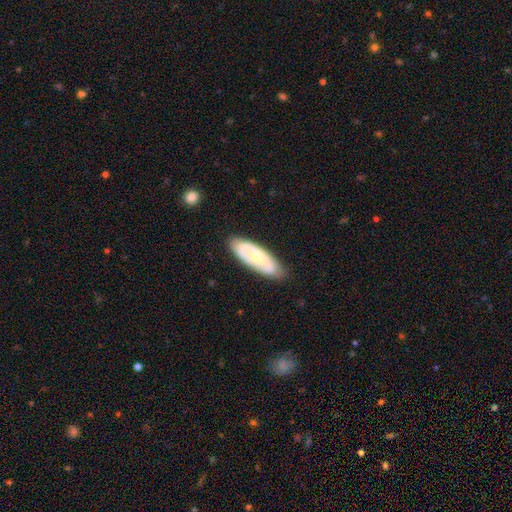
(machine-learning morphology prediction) Q: Smooth or featured?
A: featured or disk (58%); runner-up: smooth (37%)
Q: Edge-on disk?
A: no (82%); runner-up: yes (18%)
Q: Merging?
A: none (79%); runner-up: minor disturbance (16%)